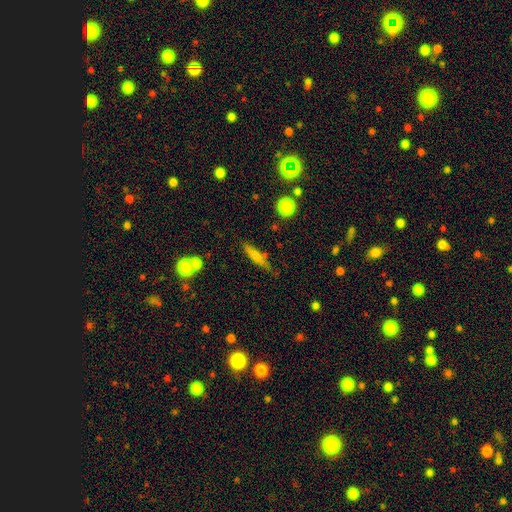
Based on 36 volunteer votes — A smooth galaxy with no disk features (53%) that is cigar-shaped (89%).

Vote fractions:
- Smooth or featured? smooth: 53% / featured or disk: 44% / star or artifact: 3%
- How rounded? cigar-shaped: 89% / in between: 11% / round: 0%
- Merging? none: 63% / minor disturbance: 20% / merger: 11% / major disturbance: 6%